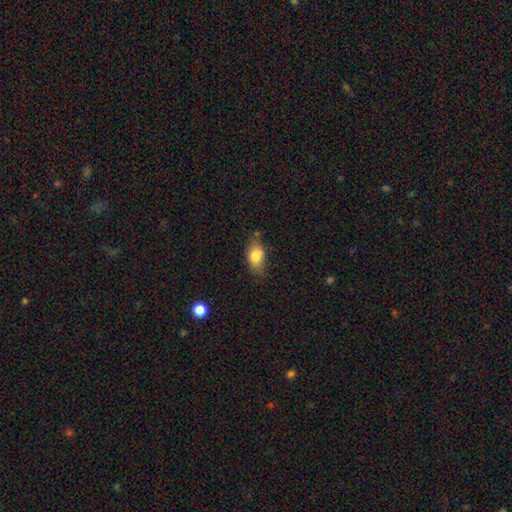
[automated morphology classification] Smooth or featured? Predicted: smooth (p=0.79). How rounded? Predicted: in between (p=0.86). Merging? Predicted: none (p=0.63).